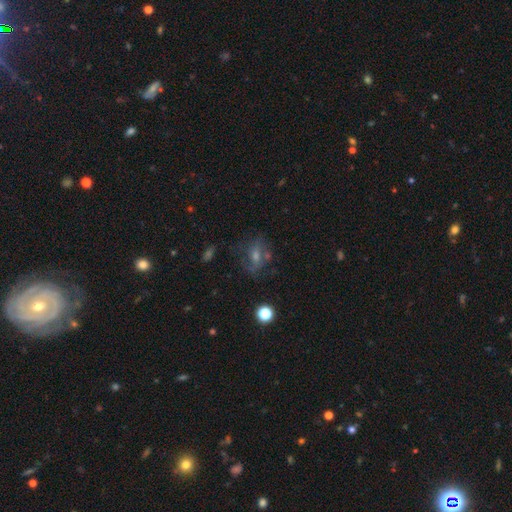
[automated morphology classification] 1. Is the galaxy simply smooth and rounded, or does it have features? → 45% featured or disk, 30% smooth, 25% star or artifact.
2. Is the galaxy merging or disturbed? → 61% none, 19% minor disturbance, 15% major disturbance, 5% merger.